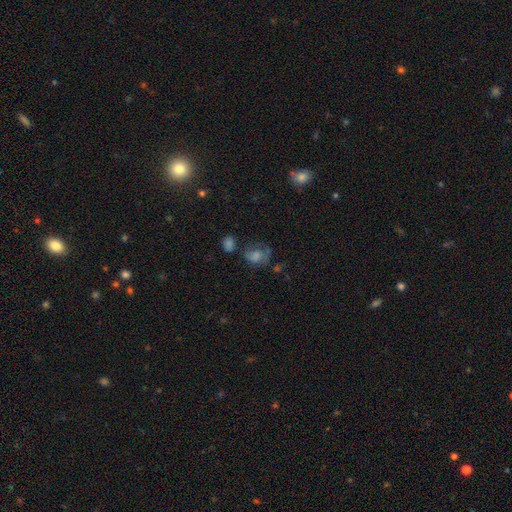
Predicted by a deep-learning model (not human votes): Smooth or featured? smooth (46%)
Merging? none (46%)